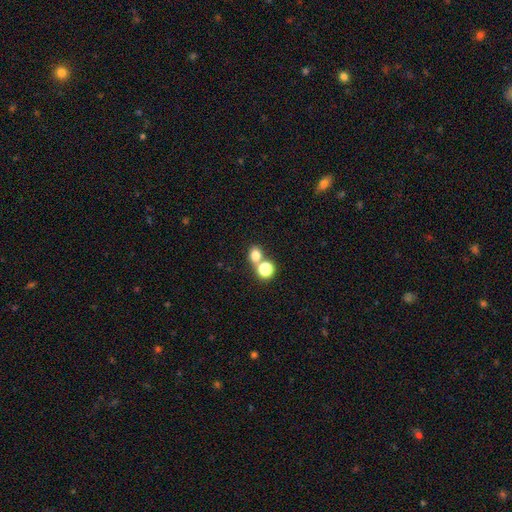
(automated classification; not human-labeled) A smooth galaxy with no disk features (76%) that is round (65%).

Vote fractions:
- Smooth or featured? smooth: 76% / star or artifact: 17% / featured or disk: 8%
- How rounded? round: 65% / in between: 34% / cigar-shaped: 1%
- Merging? none: 52% / merger: 37% / minor disturbance: 7% / major disturbance: 3%